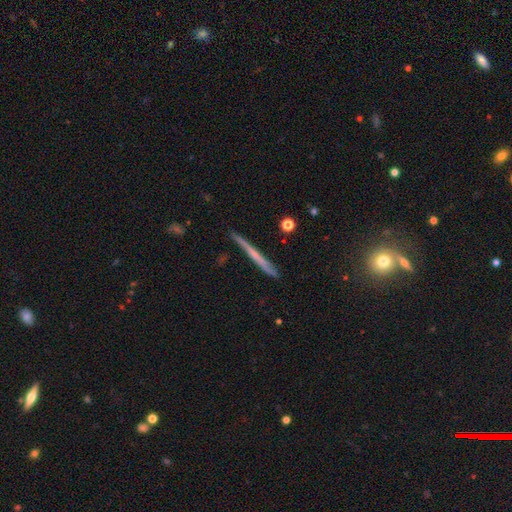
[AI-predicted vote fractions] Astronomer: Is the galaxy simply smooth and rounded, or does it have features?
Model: featured or disk — 50% (runner-up: smooth, 43%).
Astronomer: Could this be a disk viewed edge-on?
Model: yes — 97%.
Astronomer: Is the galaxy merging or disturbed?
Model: none — 85%.